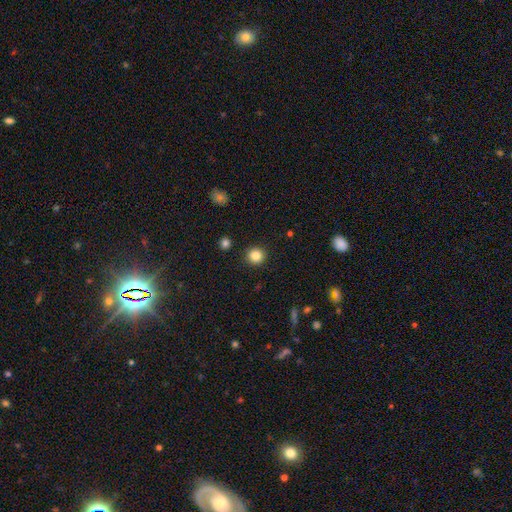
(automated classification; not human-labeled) The model was most divided on "smooth or featured": smooth: 84%, star or artifact: 11%, featured or disk: 5%. More confident: how rounded — round (94%); merging — none (92%).